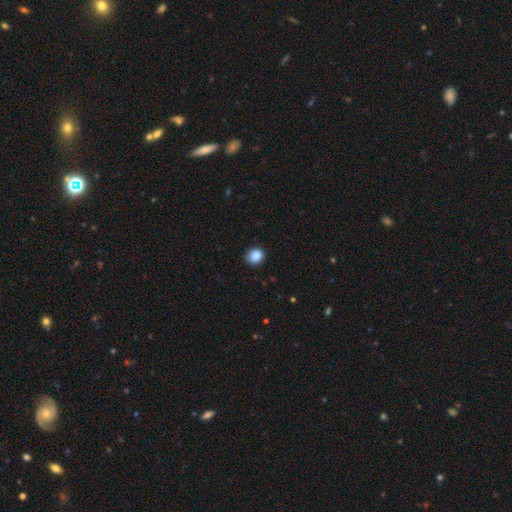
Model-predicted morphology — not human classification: Overall: smooth (88%). How rounded: round (72%). Merging: none (88%).